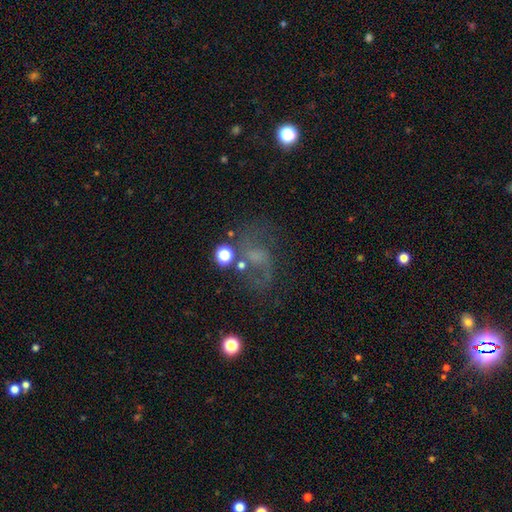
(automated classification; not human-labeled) This is possibly a featured or disk galaxy (55%). It is clearly not viewed edge-on (97%). Bar: possibly no (53%). Spiral arm pattern: likely yes (77%). Central bulge: possibly none (45%). Merging: possibly none (51%).